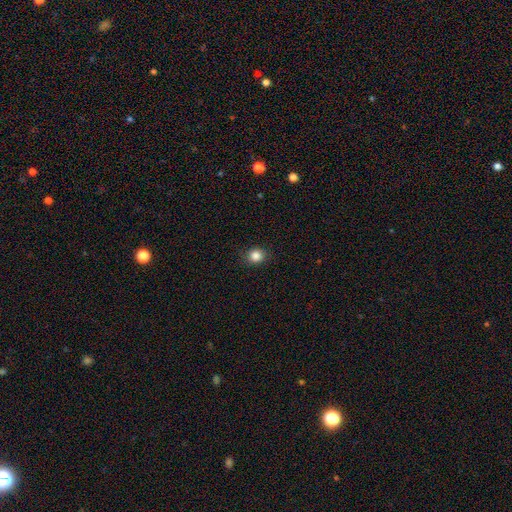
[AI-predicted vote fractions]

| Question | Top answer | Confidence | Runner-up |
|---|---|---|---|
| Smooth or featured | smooth | 86% | star or artifact (10%) |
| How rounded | round | 75% | in between (24%) |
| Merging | none | 88% | minor disturbance (9%) |